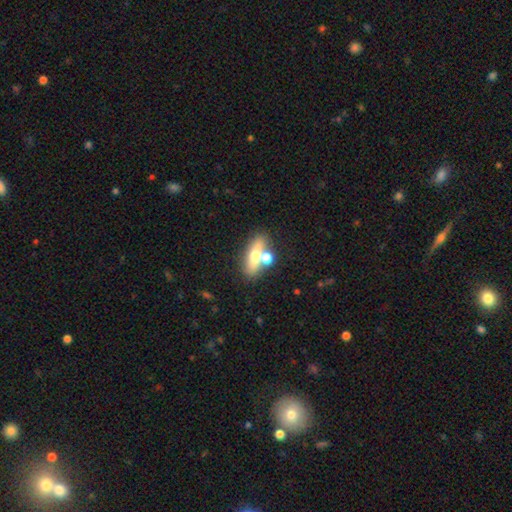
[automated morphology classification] type=smooth (53%); roundness=in between (56%); merging=none (59%).